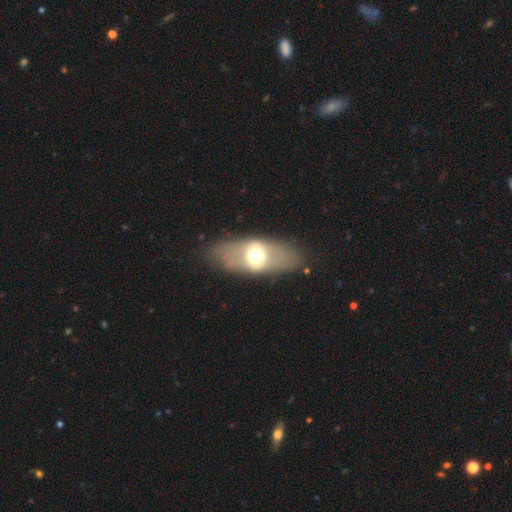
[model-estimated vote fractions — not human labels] A smooth galaxy with no disk features (46%). Merging: none (76%).